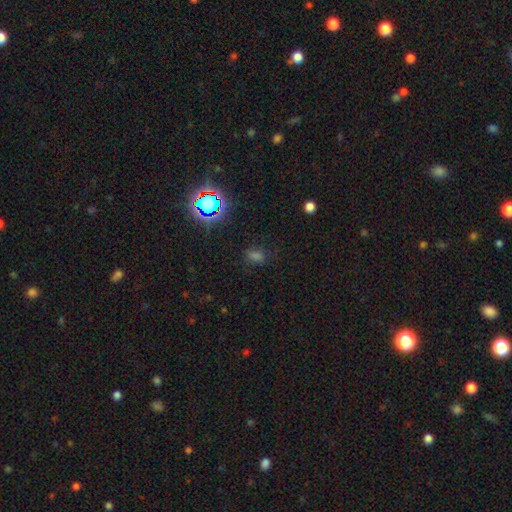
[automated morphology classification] The model was most divided on "smooth or featured": smooth: 58%, star or artifact: 35%, featured or disk: 7%. More confident: merging — none (78%); how rounded — in between (68%).